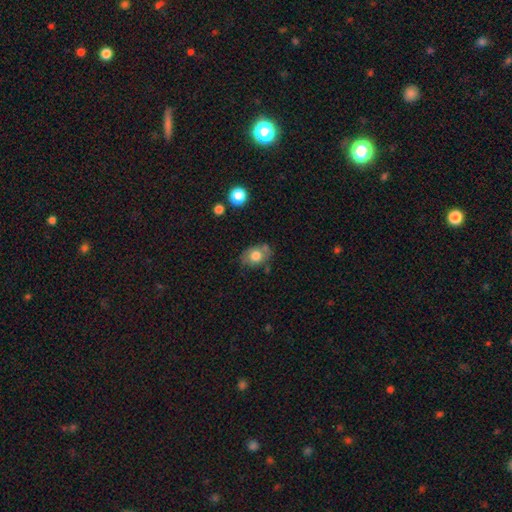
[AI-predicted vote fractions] smooth-or-featured: smooth: 73% | featured or disk: 18% | star or artifact: 9%
  how-rounded: in between: 66% | round: 33% | cigar-shaped: 1%
  merging: none: 63% | minor disturbance: 23% | merger: 8% | major disturbance: 6%